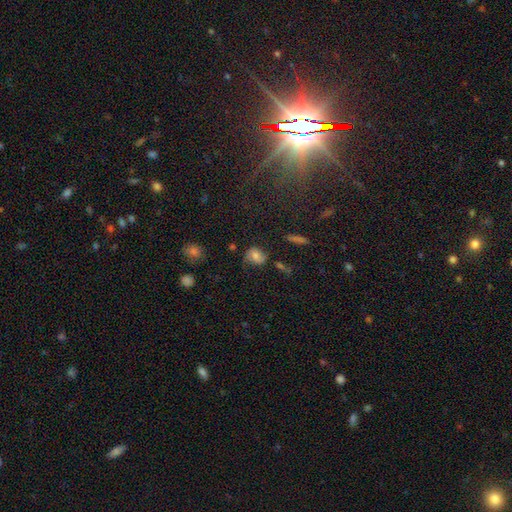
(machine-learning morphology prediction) Smooth or featured?
  - smooth: 51% *
  - featured or disk: 38%
  - star or artifact: 11%
How rounded?
  - round: 52% *
  - in between: 46%
  - cigar-shaped: 2%
Merging?
  - none: 54% *
  - minor disturbance: 28%
  - major disturbance: 15%
  - merger: 3%